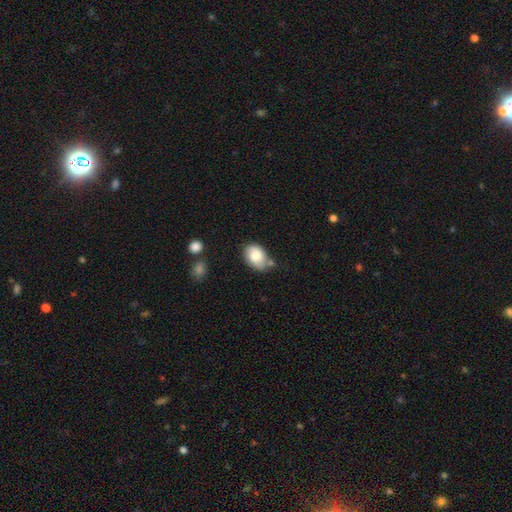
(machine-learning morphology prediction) Smooth or featured? Predicted: smooth (p=0.77). How rounded? Predicted: in between (p=0.83). Merging? Predicted: none (p=0.56).